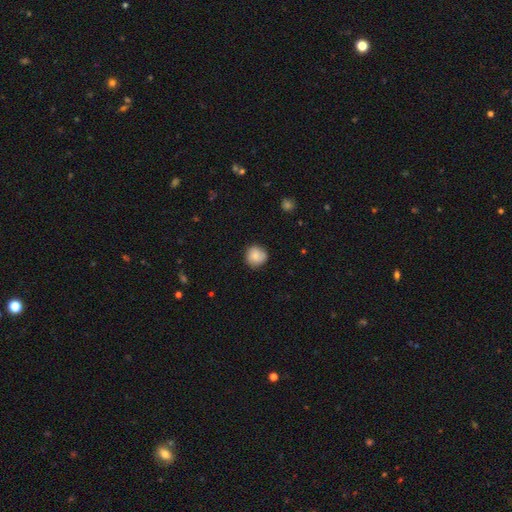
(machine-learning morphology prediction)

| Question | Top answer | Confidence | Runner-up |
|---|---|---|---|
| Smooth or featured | smooth | 80% | featured or disk (13%) |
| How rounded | round | 91% | in between (8%) |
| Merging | none | 81% | minor disturbance (15%) |